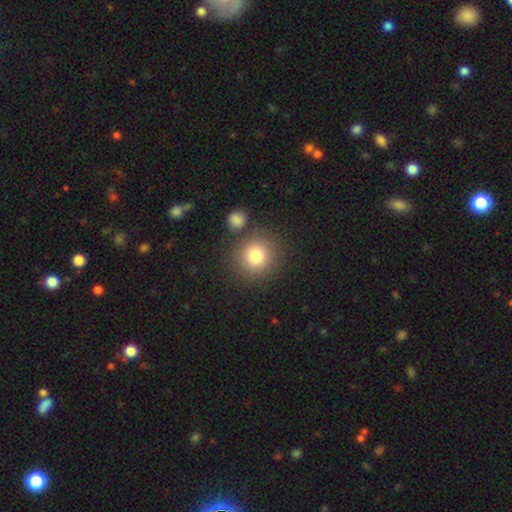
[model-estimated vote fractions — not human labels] Smooth or featured? smooth (81%)
How rounded? round (89%)
Merging? none (78%)